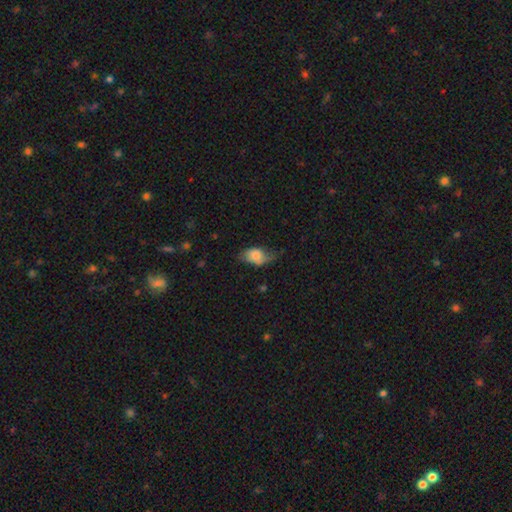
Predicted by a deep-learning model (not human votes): smooth-or-featured: smooth: 70% | featured or disk: 22% | star or artifact: 8%
  how-rounded: in between: 87% | round: 10% | cigar-shaped: 3%
  merging: none: 41% | minor disturbance: 39% | major disturbance: 18% | merger: 2%